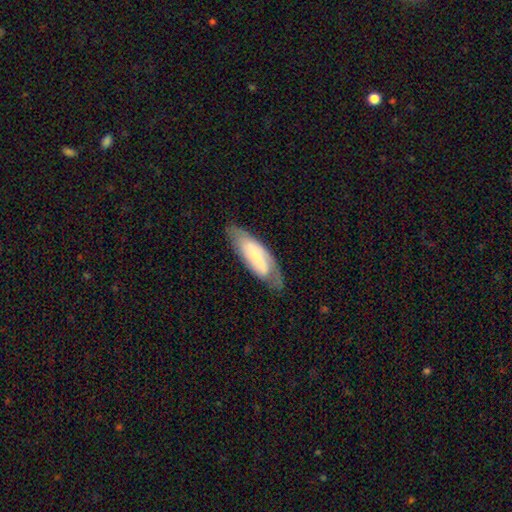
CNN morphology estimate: Smooth or featured: featured or disk — 52% (smooth — 42%)
Edge-on disk: no — 82% (yes — 18%)
Merging: none — 67% (minor disturbance — 22%)